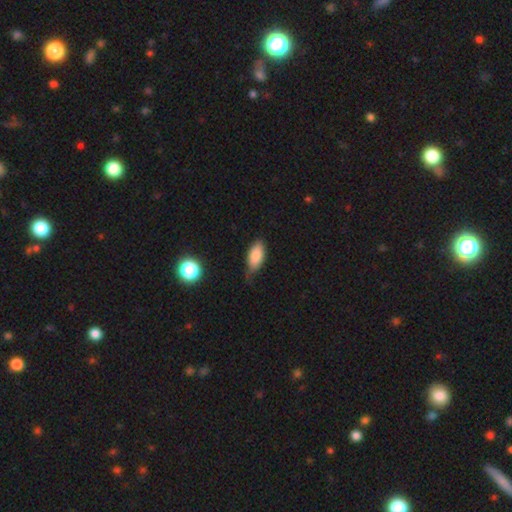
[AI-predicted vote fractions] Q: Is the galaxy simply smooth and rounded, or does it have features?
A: smooth — 83%.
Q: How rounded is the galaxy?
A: in between — 88%.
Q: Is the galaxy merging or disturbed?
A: none — 53%.